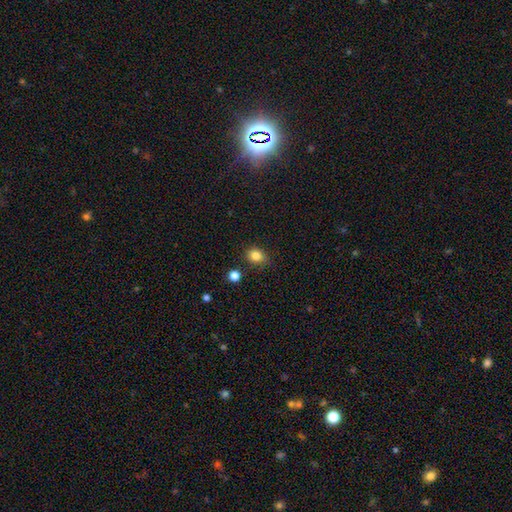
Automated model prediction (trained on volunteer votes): smooth 84%, star or artifact 11%, featured or disk 5%. Down the decision tree: how rounded — round (55%); merging — none (79%).